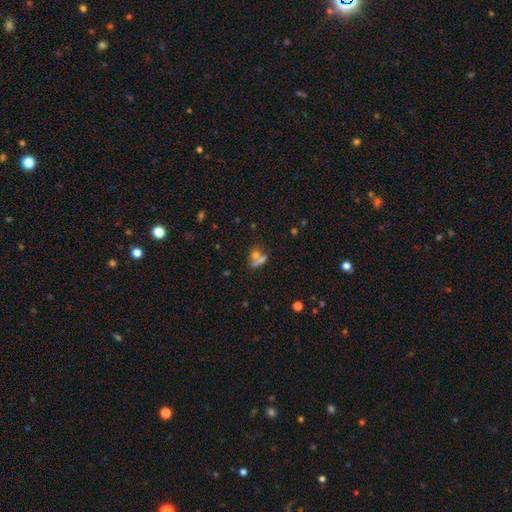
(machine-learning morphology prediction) Smooth or featured? Predicted: smooth (p=0.60). How rounded? Predicted: round (p=0.51). Merging? Predicted: merger (p=0.44).